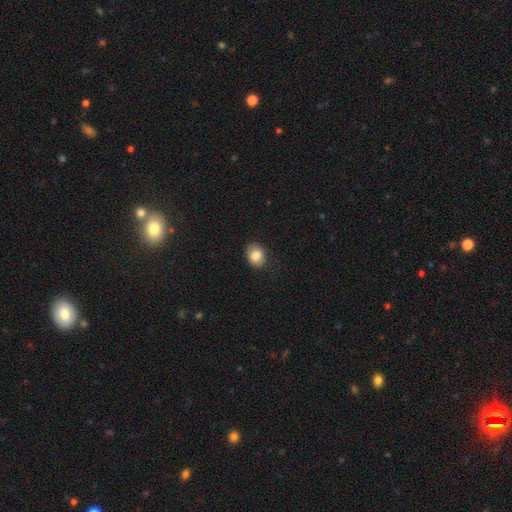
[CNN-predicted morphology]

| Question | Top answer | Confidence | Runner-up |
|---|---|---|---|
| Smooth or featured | smooth | 84% | star or artifact (8%) |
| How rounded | in between | 55% | round (44%) |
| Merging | none | 83% | minor disturbance (13%) |